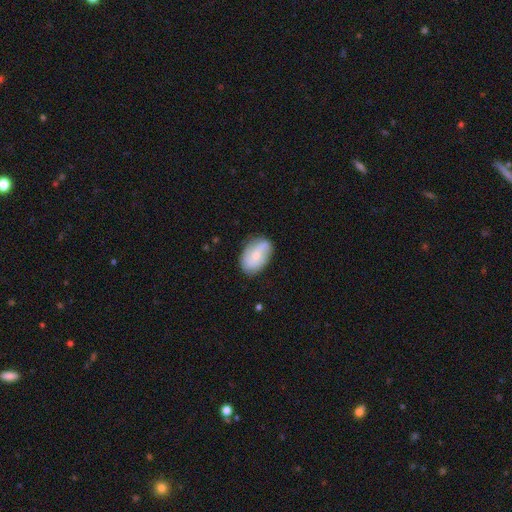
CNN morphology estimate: A featured or disk galaxy (53%) with no bar (53%), spiral arms (84%) and a small central bulge (53%).

Vote fractions:
- Smooth or featured? featured or disk: 53% / smooth: 40% / star or artifact: 7%
- Edge-on disk? no: 96% / yes: 4%
- Bar? no: 53% / weak: 38% / strong: 9%
- Spiral arms? yes: 84% / no: 16%
- Bulge size? small: 53% / moderate: 38% / none: 5% / large: 3% / dominant: 1%
- Merging? none: 72% / minor disturbance: 21% / major disturbance: 6% / merger: 2%